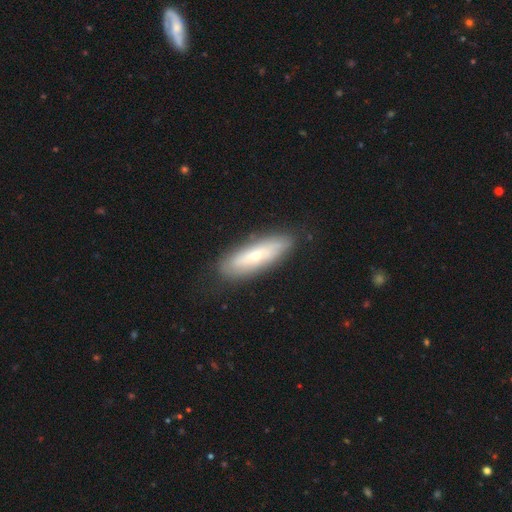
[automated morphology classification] The model was most divided on "smooth or featured": featured or disk: 47%, smooth: 46%, star or artifact: 6%. More confident: merging — none (83%).